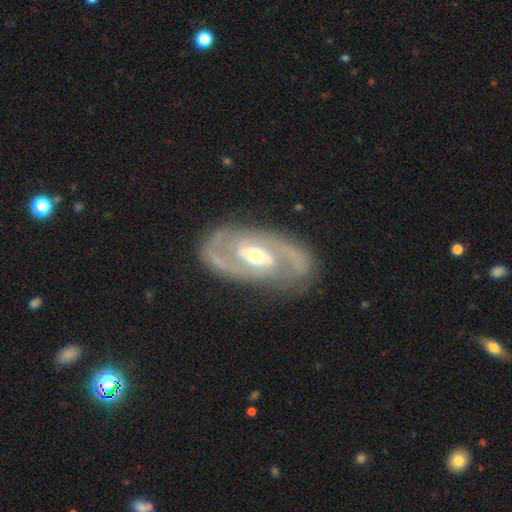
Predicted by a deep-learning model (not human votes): Overall: featured or disk (88%). Edge-on disk: no (95%). Bar: weak (42%; no 31%). Spiral arms: yes (92%). Spiral arm count: 2 (87%). Spiral winding: medium (49%; tight 36%). Bulge size: moderate (67%). Merging: none (81%).